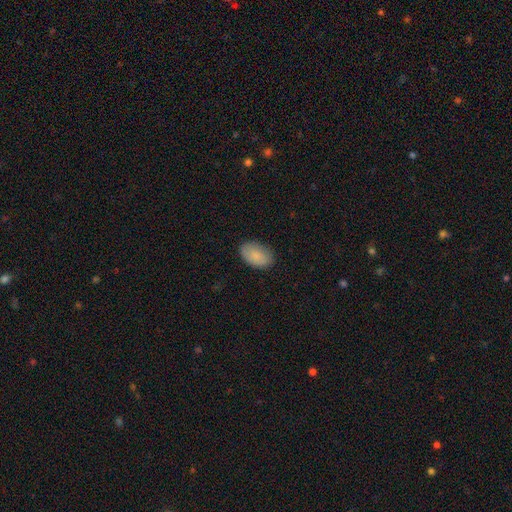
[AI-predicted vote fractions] smooth 87%, featured or disk 7%, star or artifact 7%. Down the decision tree: how rounded — in between (90%); merging — none (83%).